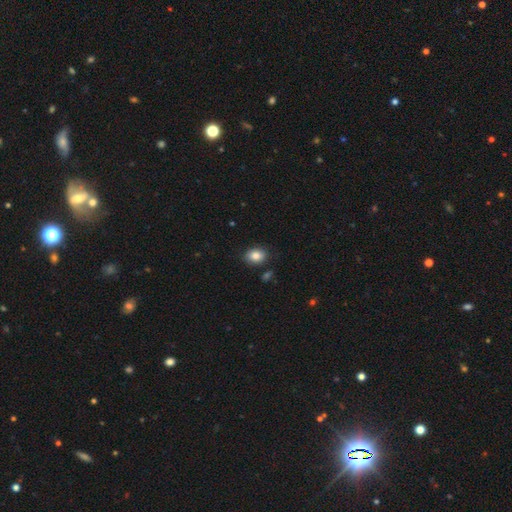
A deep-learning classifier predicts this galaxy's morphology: The model was most divided on "how rounded": in between: 63%, round: 36%, cigar-shaped: 1%. More confident: merging — none (85%); smooth or featured — smooth (84%).